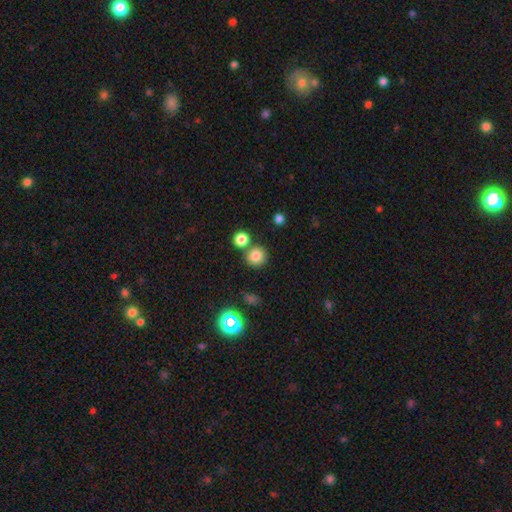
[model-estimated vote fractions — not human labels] This appears to be a smooth galaxy with no disk features (80%) that is round (91%). Merging: none (72%).